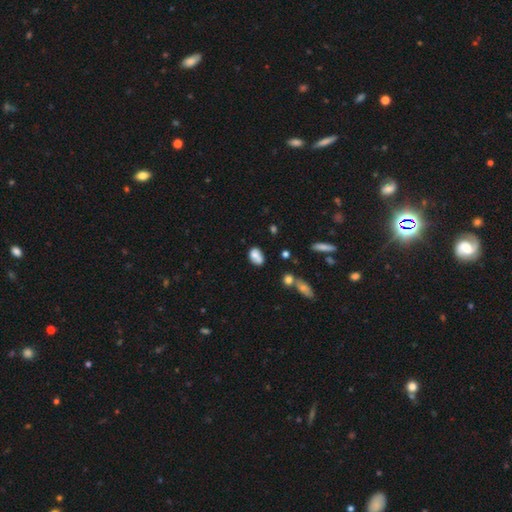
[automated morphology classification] A smooth galaxy with no disk features (73%) that is in between round and cigar-shaped (80%).

Vote fractions:
- Smooth or featured? smooth: 73% / featured or disk: 17% / star or artifact: 10%
- How rounded? in between: 80% / round: 19% / cigar-shaped: 2%
- Merging? none: 45% / minor disturbance: 24% / merger: 23% / major disturbance: 8%